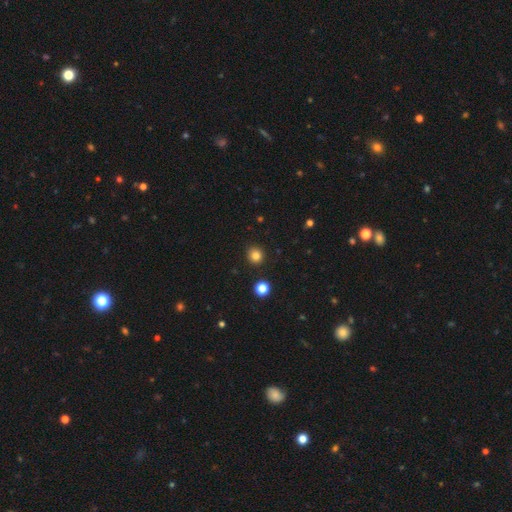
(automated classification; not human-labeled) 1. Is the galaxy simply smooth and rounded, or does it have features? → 82% smooth, 13% star or artifact, 5% featured or disk.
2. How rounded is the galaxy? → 91% round, 8% in between, 1% cigar-shaped.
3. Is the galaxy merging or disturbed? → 91% none, 5% minor disturbance, 2% merger, 2% major disturbance.